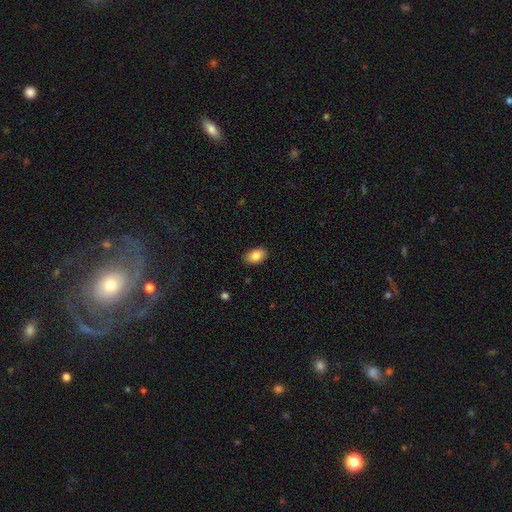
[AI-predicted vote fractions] smooth-or-featured: smooth: 85% | star or artifact: 8% | featured or disk: 7%
  how-rounded: in between: 90% | round: 9% | cigar-shaped: 1%
  merging: none: 89% | minor disturbance: 9% | major disturbance: 2% | merger: 1%